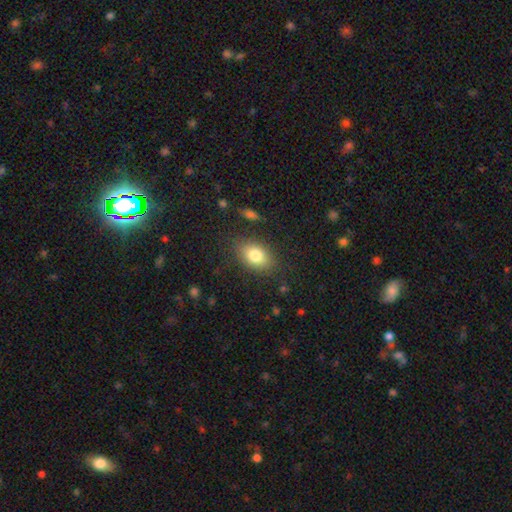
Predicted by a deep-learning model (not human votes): Smooth or featured: smooth — 80% (star or artifact — 10%)
How rounded: in between — 82% (round — 16%)
Merging: none — 85% (minor disturbance — 10%)